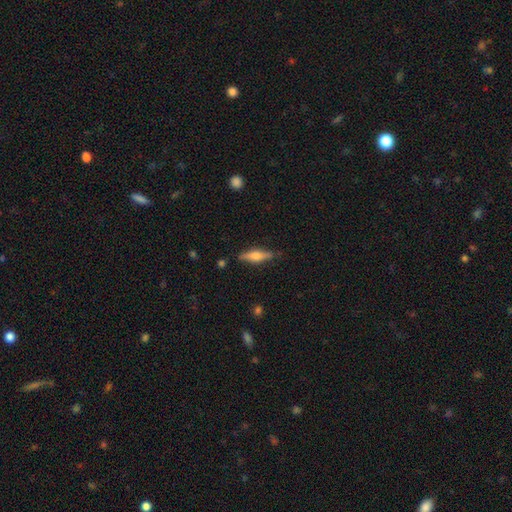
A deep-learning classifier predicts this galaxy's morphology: Smooth or featured: featured or disk — 50% (smooth — 43%)
Merging: none — 84% (minor disturbance — 12%)